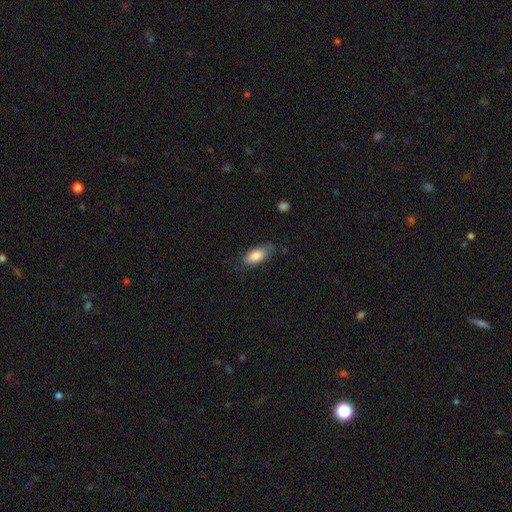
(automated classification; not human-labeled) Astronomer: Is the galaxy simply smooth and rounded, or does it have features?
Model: smooth — 83%.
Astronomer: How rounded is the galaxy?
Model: in between — 88%.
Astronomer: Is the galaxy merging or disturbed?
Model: none — 66%.